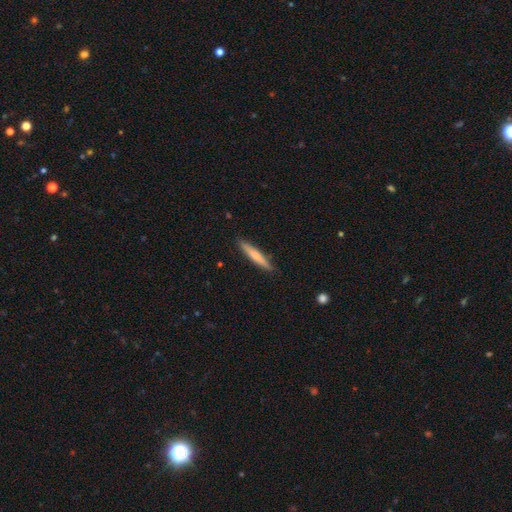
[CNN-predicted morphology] This appears to be a smooth galaxy with no disk features (67%) that is cigar-shaped (93%). Merging: none (89%).